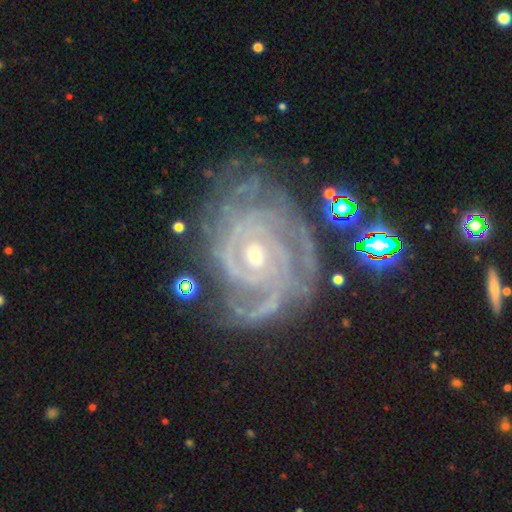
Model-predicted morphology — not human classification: Smooth or featured: featured or disk — 91% (star or artifact — 6%)
Edge-on disk: no — 97% (yes — 3%)
Bar: no — 67% (weak — 24%)
Spiral arms: yes — 98% (no — 2%)
Spiral winding: tight — 78% (medium — 19%)
Spiral arm count: can't tell — 24% (3 — 23%)
Bulge size: small — 53% (moderate — 43%)
Merging: none — 65% (minor disturbance — 22%)